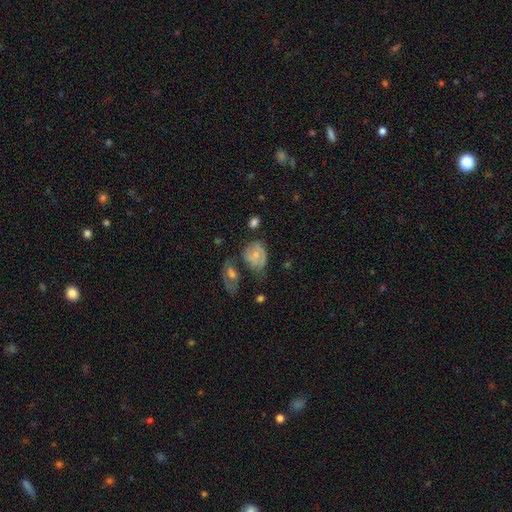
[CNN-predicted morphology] smooth_or_featured: smooth (p=0.56) [alt: featured or disk p=0.36]
how_rounded: in between (p=0.55) [alt: round p=0.43]
merging: none (p=0.34) [alt: minor disturbance p=0.29]